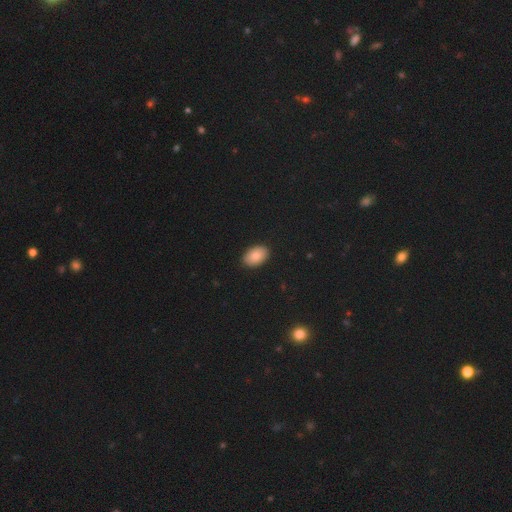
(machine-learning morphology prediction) type=smooth (86%); roundness=in between (90%); merging=none (90%).